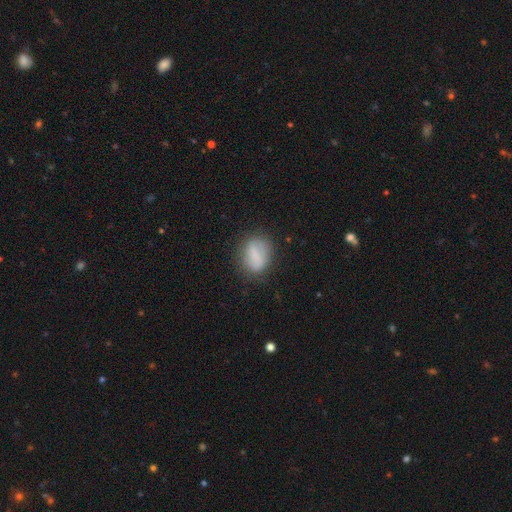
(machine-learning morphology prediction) A smooth galaxy with no disk features (71%) that is in between round and cigar-shaped (63%).

Vote fractions:
- Smooth or featured? smooth: 71% / featured or disk: 20% / star or artifact: 8%
- How rounded? in between: 63% / round: 34% / cigar-shaped: 4%
- Merging? none: 74% / minor disturbance: 18% / major disturbance: 6% / merger: 3%